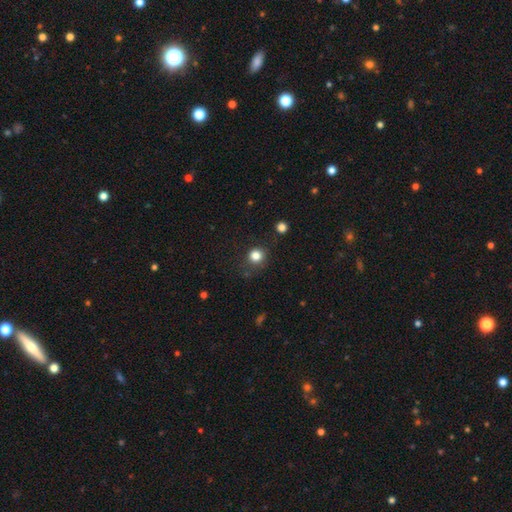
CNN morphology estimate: Smooth or featured?
  - smooth: 82% *
  - star or artifact: 13%
  - featured or disk: 5%
How rounded?
  - round: 90% *
  - in between: 9%
  - cigar-shaped: 1%
Merging?
  - none: 83% *
  - minor disturbance: 11%
  - major disturbance: 4%
  - merger: 2%